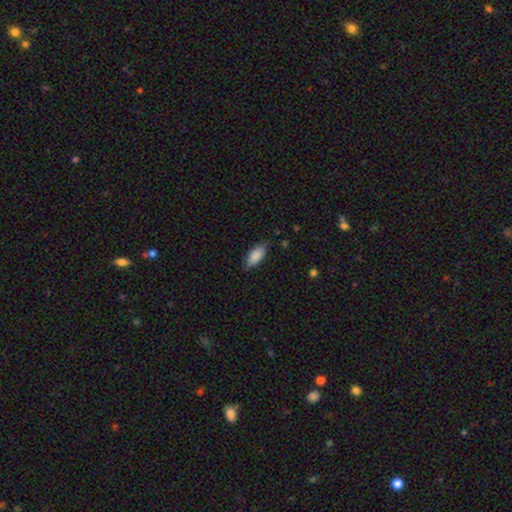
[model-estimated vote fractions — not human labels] Overall: smooth (88%). How rounded: in between (87%). Merging: none (80%).